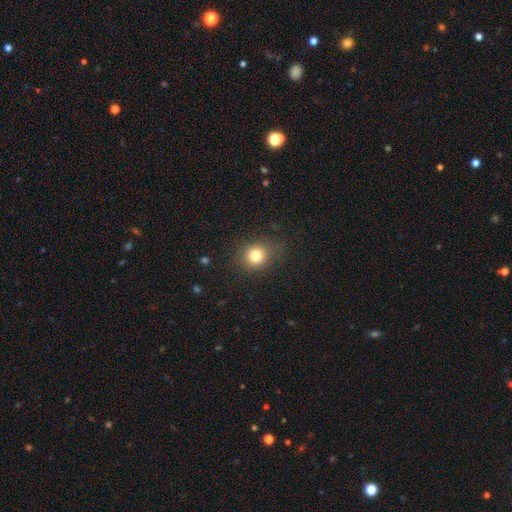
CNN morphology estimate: smooth 79%, star or artifact 13%, featured or disk 8%. Down the decision tree: how rounded — round (83%); merging — none (82%).